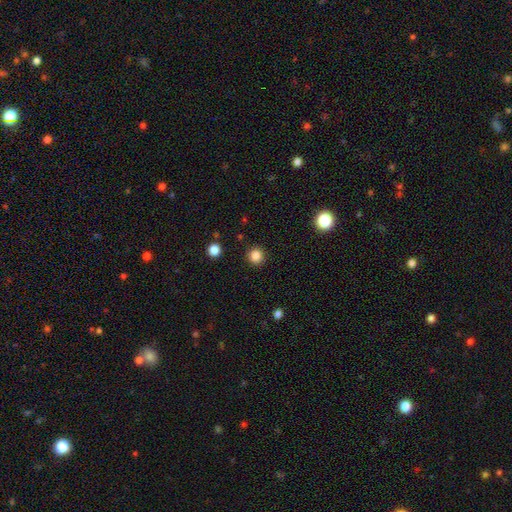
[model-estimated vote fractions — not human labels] Q: Smooth or featured?
A: smooth (85%); runner-up: star or artifact (12%)
Q: How rounded?
A: round (94%); runner-up: in between (5%)
Q: Merging?
A: none (92%); runner-up: minor disturbance (5%)